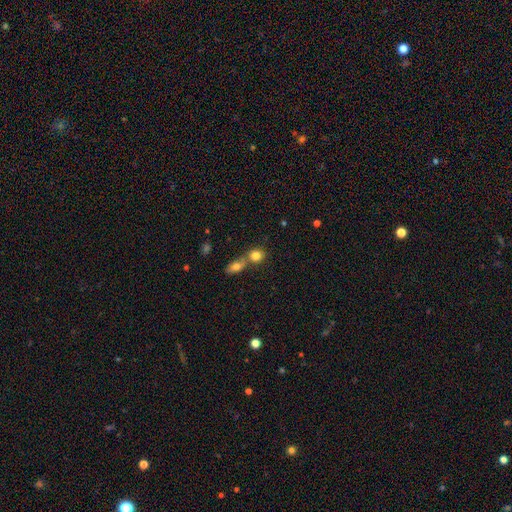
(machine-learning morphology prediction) Q: Smooth or featured?
A: smooth (82%); runner-up: star or artifact (10%)
Q: How rounded?
A: round (68%); runner-up: in between (30%)
Q: Merging?
A: merger (48%); runner-up: none (42%)